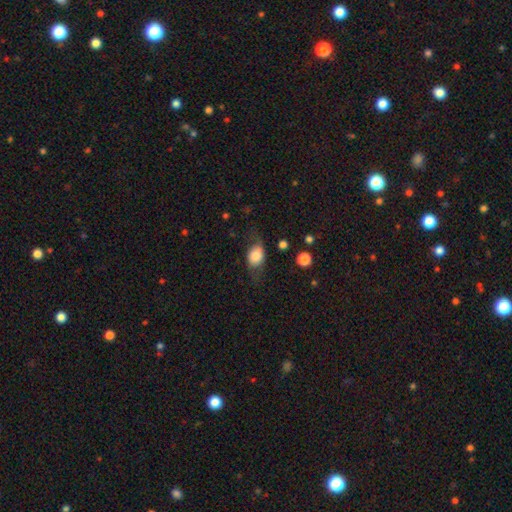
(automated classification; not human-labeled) A smooth galaxy with no disk features (73%) that is in between round and cigar-shaped (70%). Merging: none (55%).